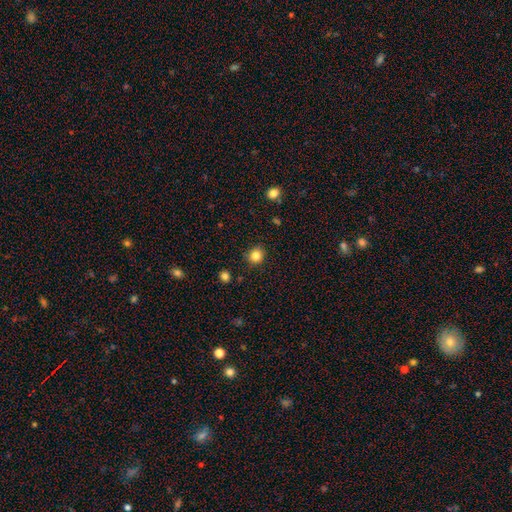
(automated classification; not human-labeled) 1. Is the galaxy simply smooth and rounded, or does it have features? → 83% smooth, 12% star or artifact, 5% featured or disk.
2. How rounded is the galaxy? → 85% round, 14% in between, 1% cigar-shaped.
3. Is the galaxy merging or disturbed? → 86% none, 10% minor disturbance, 2% major disturbance, 2% merger.